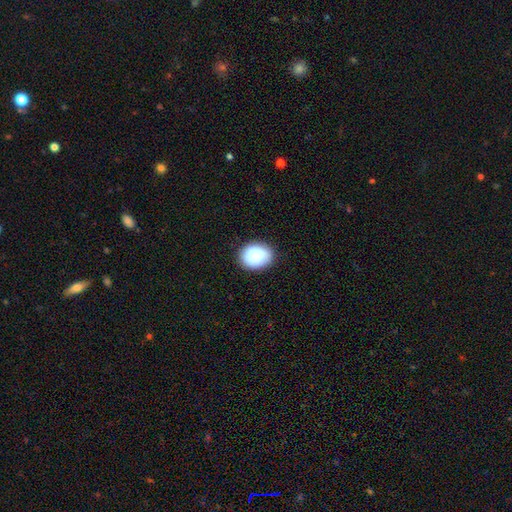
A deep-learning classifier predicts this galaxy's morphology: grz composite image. It shows a smooth galaxy with no disk features (88%) that is in between round and cigar-shaped (54%). Merging: none (85%).